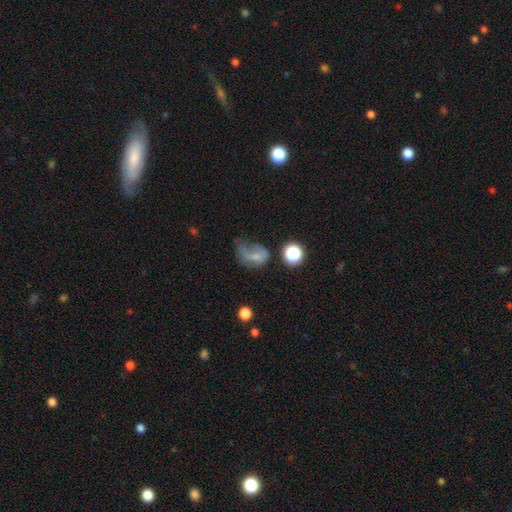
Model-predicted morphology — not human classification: The model was most divided on "smooth or featured": smooth: 49%, featured or disk: 35%, star or artifact: 16%. More confident: merging — major disturbance (51%).